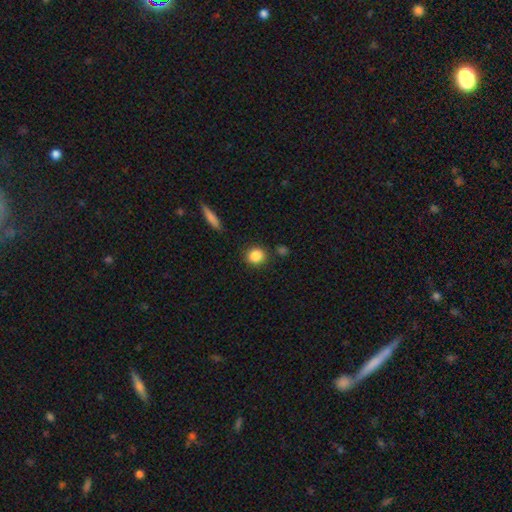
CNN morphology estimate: type=smooth (87%); roundness=round (79%); merging=none (85%).